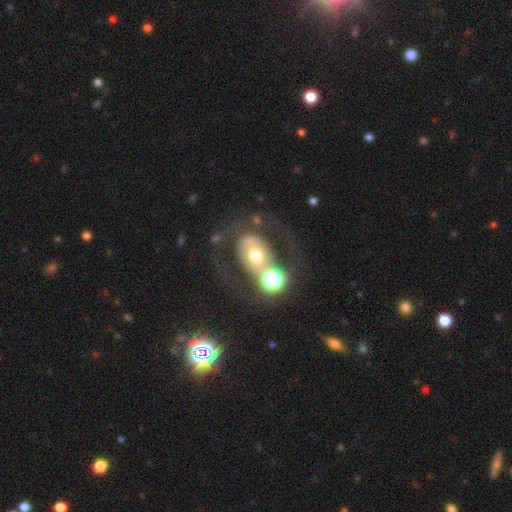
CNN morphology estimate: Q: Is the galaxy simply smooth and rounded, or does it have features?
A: featured or disk — 52%.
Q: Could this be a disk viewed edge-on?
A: no — 94%.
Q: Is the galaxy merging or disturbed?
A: none — 48%.